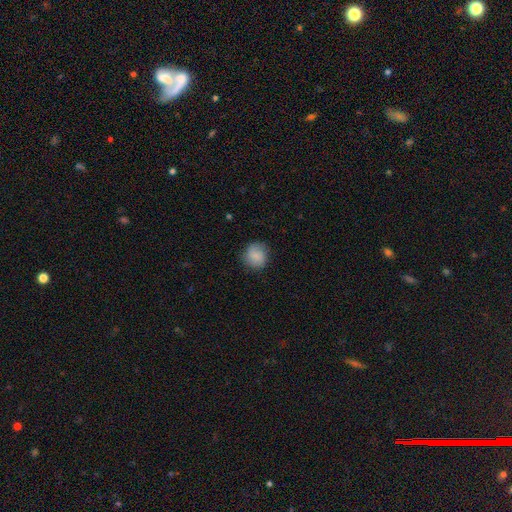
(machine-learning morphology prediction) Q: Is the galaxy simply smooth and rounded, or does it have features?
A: smooth — 83%.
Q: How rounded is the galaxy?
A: round — 85%.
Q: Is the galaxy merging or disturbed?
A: none — 81%.